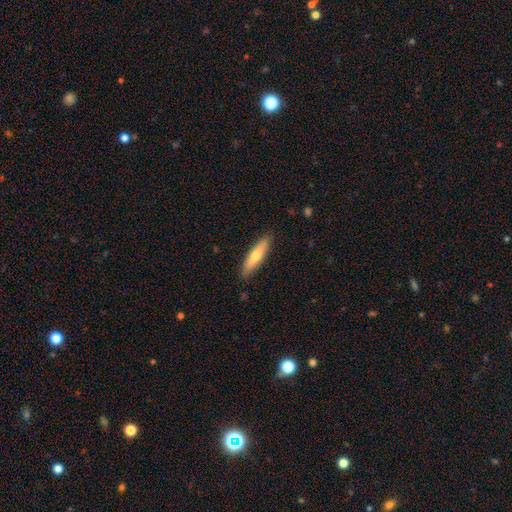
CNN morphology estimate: Smooth or featured: smooth — 64% (featured or disk — 31%)
How rounded: cigar-shaped — 76% (in between — 22%)
Merging: none — 88% (minor disturbance — 9%)